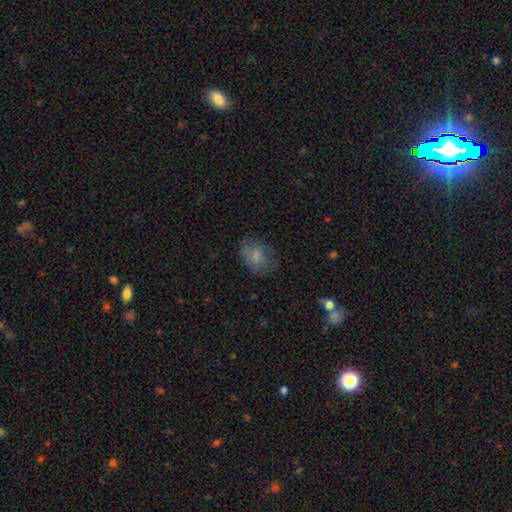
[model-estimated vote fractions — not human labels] This is likely a smooth galaxy (77%). How rounded: likely in between (66%). Merging: likely none (68%).